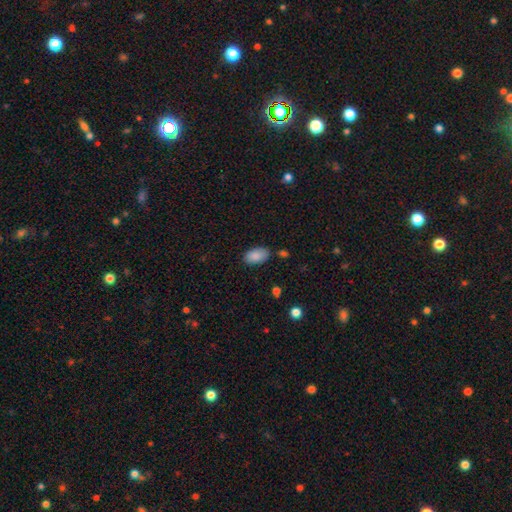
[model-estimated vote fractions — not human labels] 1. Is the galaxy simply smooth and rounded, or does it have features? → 88% smooth, 7% star or artifact, 5% featured or disk.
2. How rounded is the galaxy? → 94% in between, 5% round, 1% cigar-shaped.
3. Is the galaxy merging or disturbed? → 81% none, 13% minor disturbance, 3% merger, 3% major disturbance.